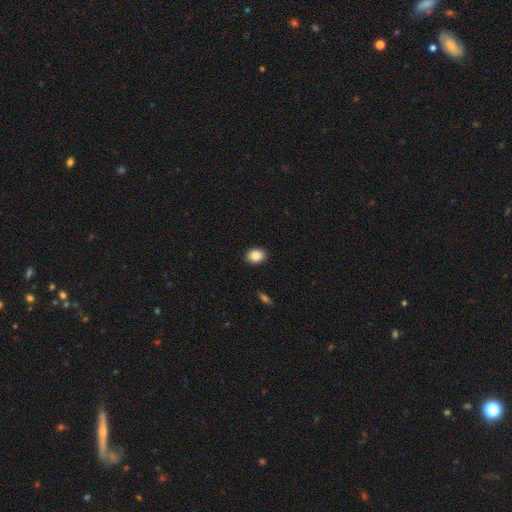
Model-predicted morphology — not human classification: A smooth galaxy with no disk features (87%) that is in between round and cigar-shaped (58%). Merging: none (91%).